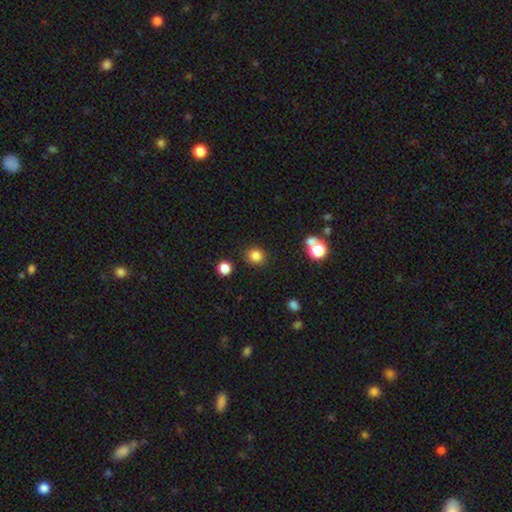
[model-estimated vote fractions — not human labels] Smooth or featured? smooth (83%)
How rounded? round (83%)
Merging? none (85%)